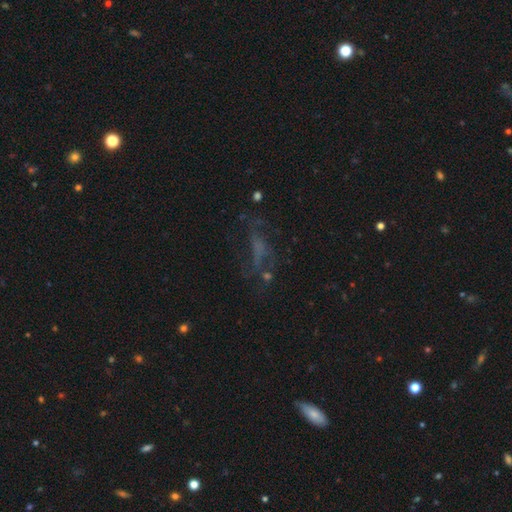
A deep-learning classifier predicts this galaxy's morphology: Overall: featured or disk (38%; star or artifact 32%). Merging: none (48%; major disturbance 28%).